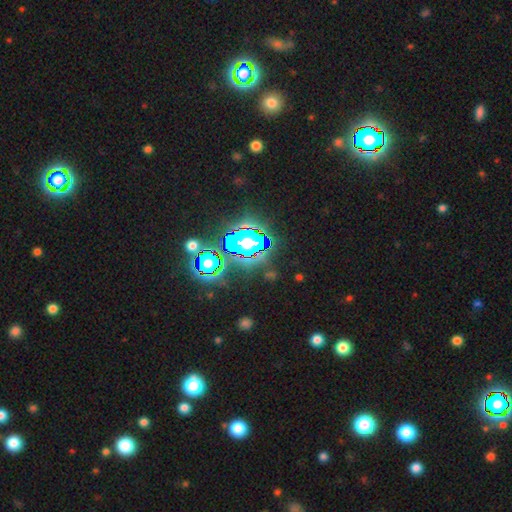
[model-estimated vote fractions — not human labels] A star or artifact, not a galaxy (80%).

Vote fractions:
- Smooth or featured? star or artifact: 80% / smooth: 12% / featured or disk: 8%